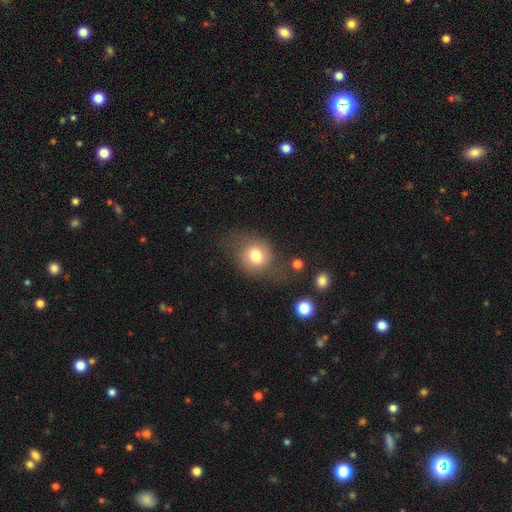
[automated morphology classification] Q: Smooth or featured?
A: smooth (74%); runner-up: featured or disk (16%)
Q: How rounded?
A: round (66%); runner-up: in between (32%)
Q: Merging?
A: none (59%); runner-up: minor disturbance (22%)